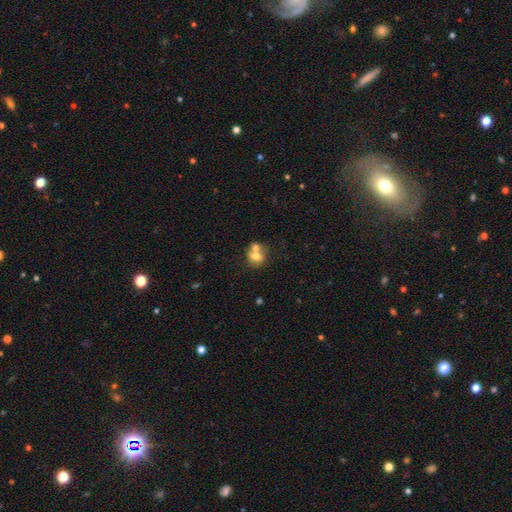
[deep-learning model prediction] smooth 67%, featured or disk 23%, star or artifact 10%. Down the decision tree: how rounded — round (66%); merging — merger (57%).